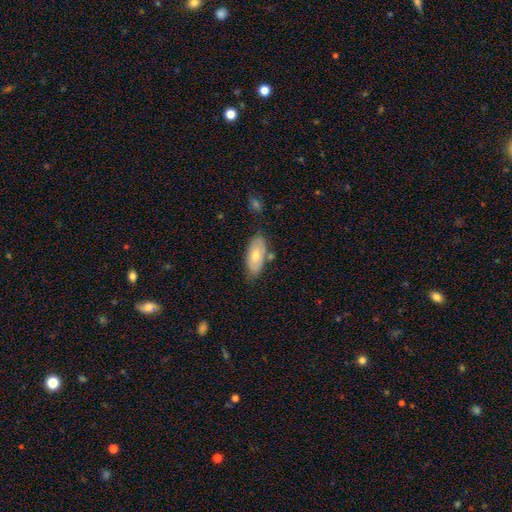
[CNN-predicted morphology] A smooth galaxy with no disk features (61%) that is in between round and cigar-shaped (91%).

Vote fractions:
- Smooth or featured? smooth: 61% / featured or disk: 33% / star or artifact: 7%
- How rounded? in between: 91% / cigar-shaped: 6% / round: 3%
- Merging? none: 74% / minor disturbance: 17% / merger: 6% / major disturbance: 3%